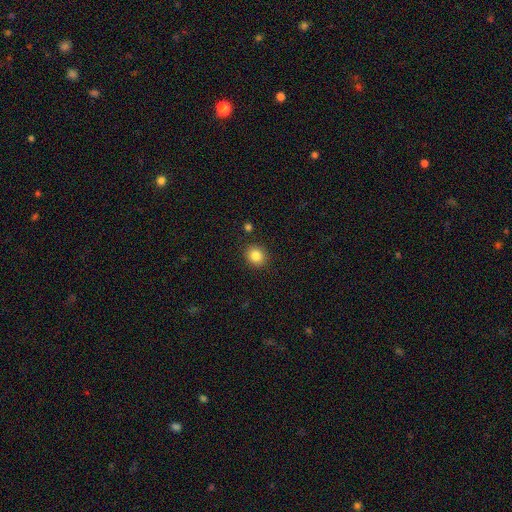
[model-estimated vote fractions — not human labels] This appears to be a smooth galaxy with no disk features (84%) that is round (81%). Merging: none (90%).